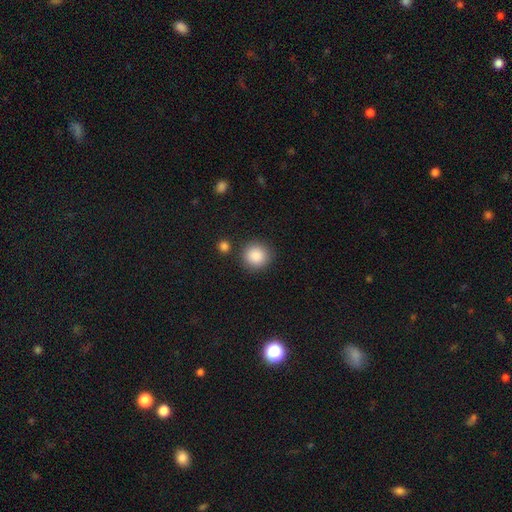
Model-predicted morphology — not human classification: Overall: smooth (88%). How rounded: round (92%). Merging: none (85%).